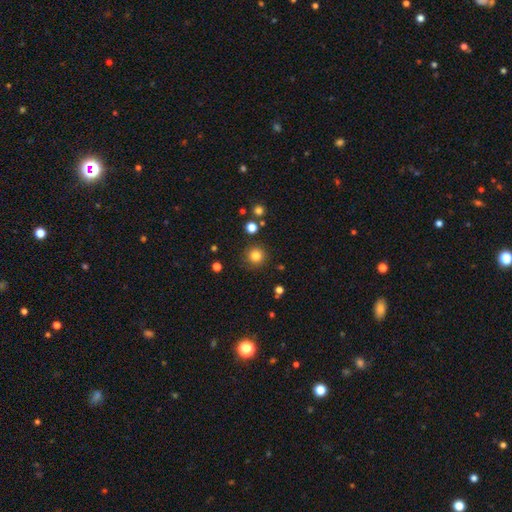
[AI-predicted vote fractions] A smooth galaxy with no disk features (82%) that is round (95%).

Vote fractions:
- Smooth or featured? smooth: 82% / star or artifact: 13% / featured or disk: 5%
- How rounded? round: 95% / in between: 4% / cigar-shaped: 1%
- Merging? none: 89% / minor disturbance: 7% / major disturbance: 2% / merger: 2%